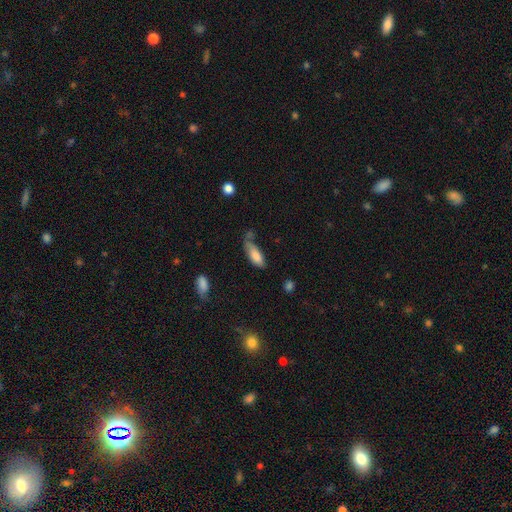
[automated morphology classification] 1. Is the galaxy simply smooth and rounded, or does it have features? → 82% smooth, 11% featured or disk, 7% star or artifact.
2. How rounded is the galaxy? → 75% in between, 23% cigar-shaped, 2% round.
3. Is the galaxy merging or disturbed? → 36% none, 33% minor disturbance, 18% major disturbance, 13% merger.